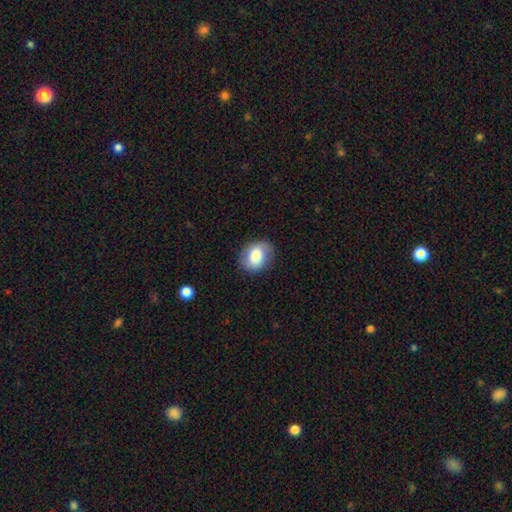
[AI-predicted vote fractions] This is likely a smooth galaxy (73%). How rounded: possibly in between (53%). Merging: clearly none (81%).